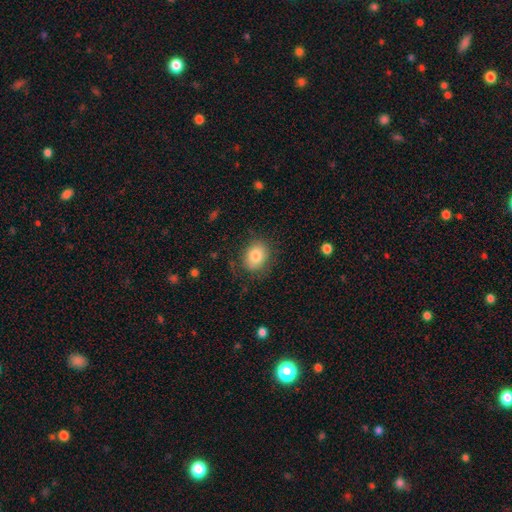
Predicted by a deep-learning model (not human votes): smooth_or_featured: smooth (p=0.82) [alt: featured or disk p=0.10]
how_rounded: in between (p=0.59) [alt: round p=0.40]
merging: none (p=0.77) [alt: minor disturbance p=0.16]